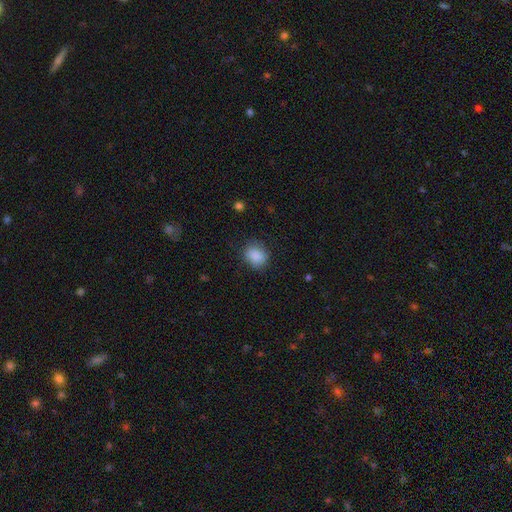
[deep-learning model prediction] smooth 87%, star or artifact 8%, featured or disk 5%. Down the decision tree: how rounded — round (58%); merging — none (76%).